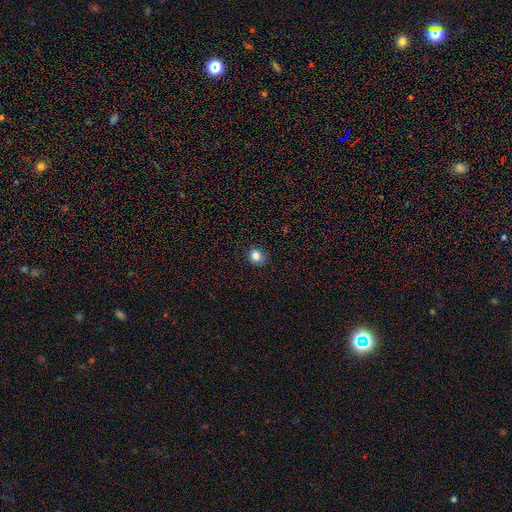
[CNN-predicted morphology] Smooth or featured?
  - smooth: 84% *
  - star or artifact: 12%
  - featured or disk: 4%
How rounded?
  - round: 81% *
  - in between: 18%
  - cigar-shaped: 1%
Merging?
  - none: 87% *
  - minor disturbance: 10%
  - major disturbance: 2%
  - merger: 1%